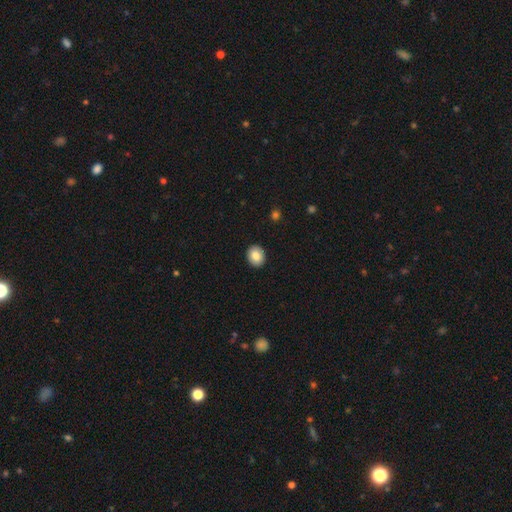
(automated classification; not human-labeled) Smooth or featured? Predicted: smooth (p=0.83). How rounded? Predicted: round (p=0.57). Merging? Predicted: none (p=0.91).